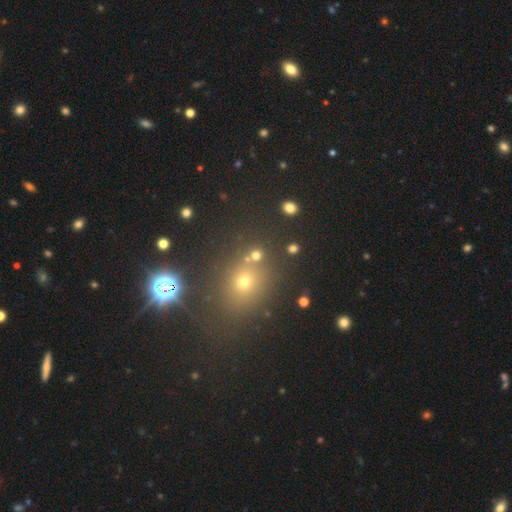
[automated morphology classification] A smooth galaxy with no disk features (66%) that is round (83%).

Vote fractions:
- Smooth or featured? smooth: 66% / star or artifact: 25% / featured or disk: 9%
- How rounded? round: 83% / in between: 16% / cigar-shaped: 2%
- Merging? none: 77% / merger: 11% / minor disturbance: 8% / major disturbance: 4%